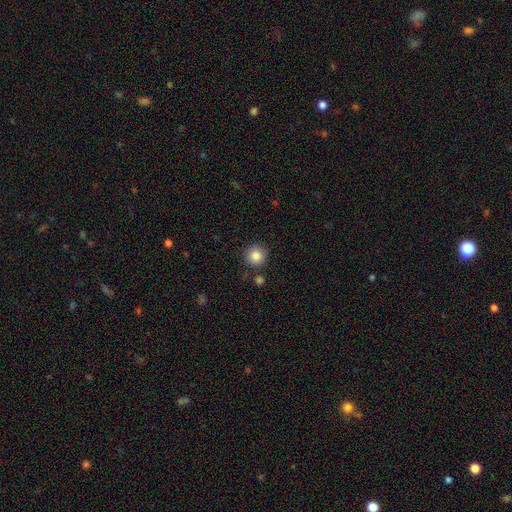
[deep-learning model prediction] Smooth or featured? Predicted: smooth (p=0.86). How rounded? Predicted: round (p=0.94). Merging? Predicted: none (p=0.87).